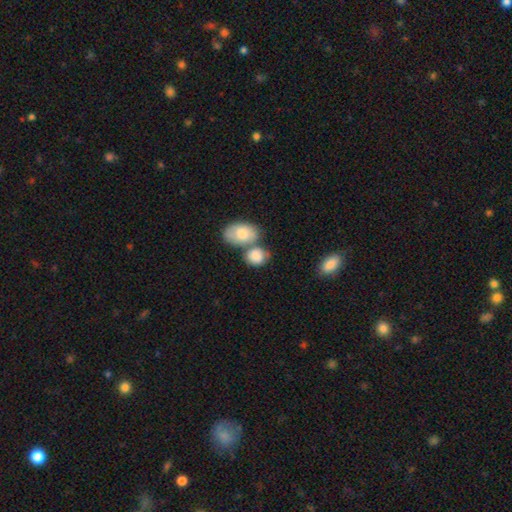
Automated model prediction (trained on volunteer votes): Smooth or featured: smooth — 81% (featured or disk — 12%)
How rounded: in between — 56% (round — 43%)
Merging: merger — 42% (none — 38%)